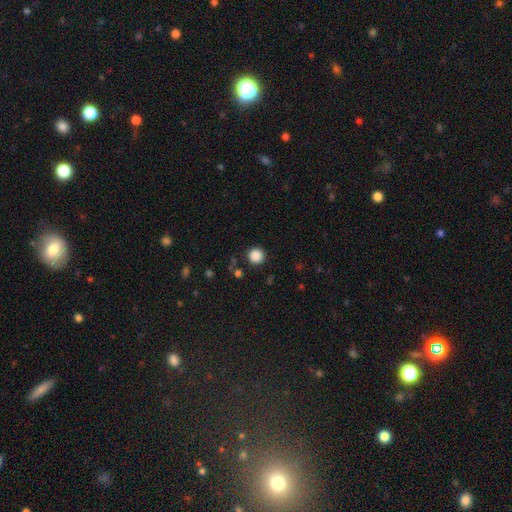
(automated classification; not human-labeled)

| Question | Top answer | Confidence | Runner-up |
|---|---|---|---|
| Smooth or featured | smooth | 87% | star or artifact (11%) |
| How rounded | round | 95% | in between (4%) |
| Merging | none | 90% | minor disturbance (6%) |